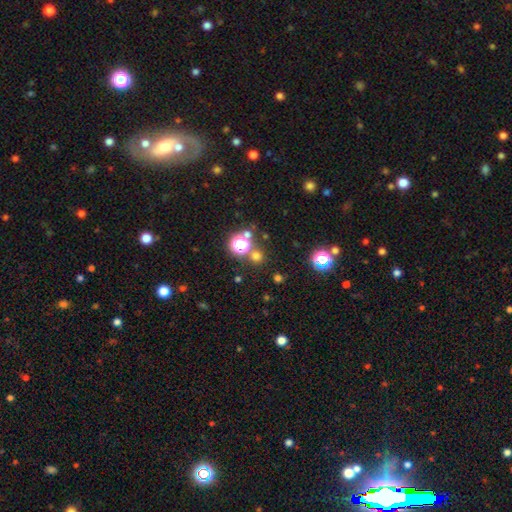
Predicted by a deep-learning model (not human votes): Overall: smooth (64%; star or artifact 30%). How rounded: round (92%). Merging: none (77%).